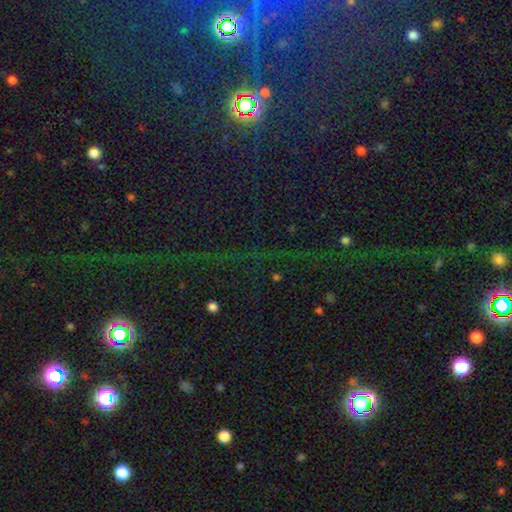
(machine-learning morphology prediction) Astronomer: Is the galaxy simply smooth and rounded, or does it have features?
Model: star or artifact — 78%.